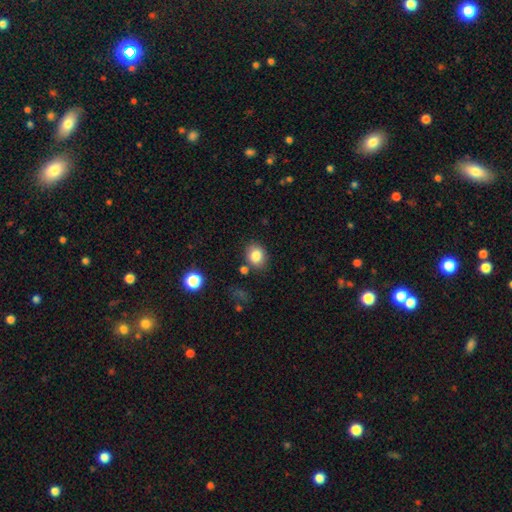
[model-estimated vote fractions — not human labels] Overall: smooth (84%). How rounded: round (60%; in between 39%). Merging: none (78%).